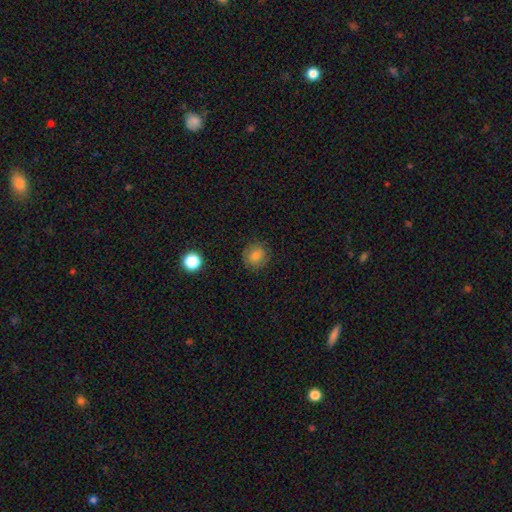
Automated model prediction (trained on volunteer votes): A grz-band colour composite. It shows a smooth galaxy with no disk features (81%) that is round (90%). Merging: none (86%).